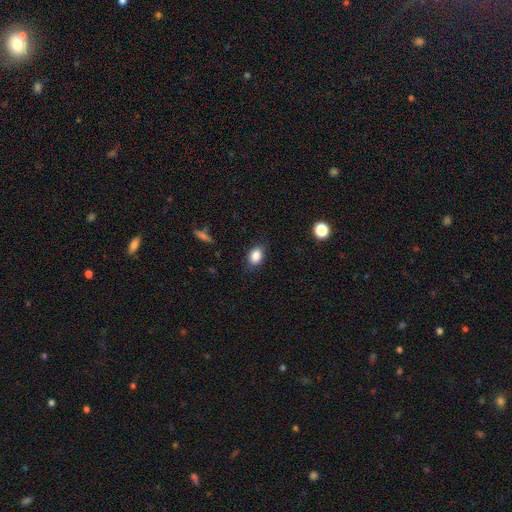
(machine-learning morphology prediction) Q: Smooth or featured?
A: smooth (86%); runner-up: star or artifact (9%)
Q: How rounded?
A: in between (78%); runner-up: round (20%)
Q: Merging?
A: none (80%); runner-up: minor disturbance (15%)